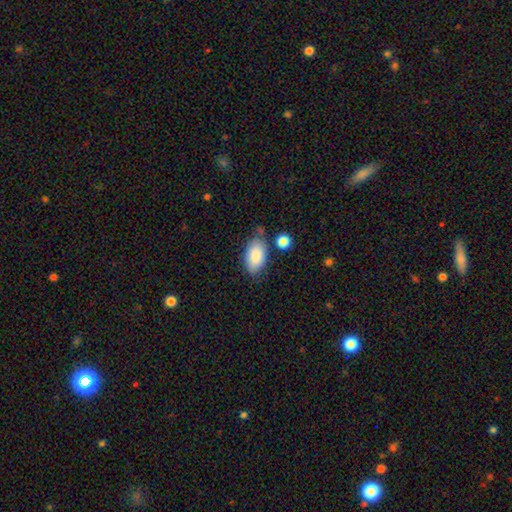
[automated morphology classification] smooth_or_featured: smooth (p=0.86) [alt: featured or disk p=0.08]
how_rounded: in between (p=0.94) [alt: round p=0.04]
merging: none (p=0.68) [alt: minor disturbance p=0.20]